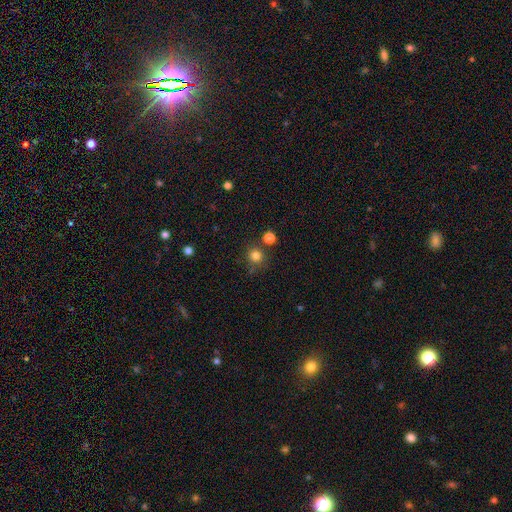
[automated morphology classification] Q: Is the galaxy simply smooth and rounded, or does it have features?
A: smooth — 80%.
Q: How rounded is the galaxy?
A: round — 92%.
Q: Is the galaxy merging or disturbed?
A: none — 77%.